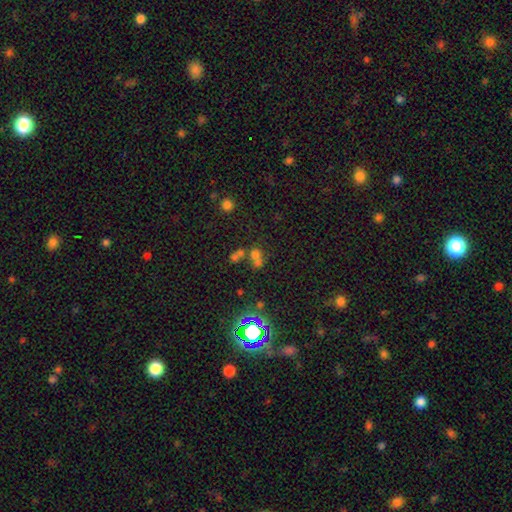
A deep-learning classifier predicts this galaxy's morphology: smooth 52%, star or artifact 32%, featured or disk 16%. Down the decision tree: how rounded — round (63%); merging — merger (53%).